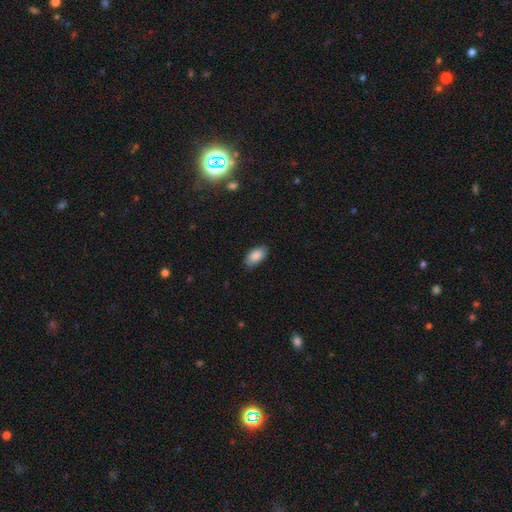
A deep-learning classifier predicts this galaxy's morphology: The model was most divided on "merging": none: 82%, minor disturbance: 14%, major disturbance: 3%, merger: 1%. More confident: how rounded — in between (94%); smooth or featured — smooth (87%).